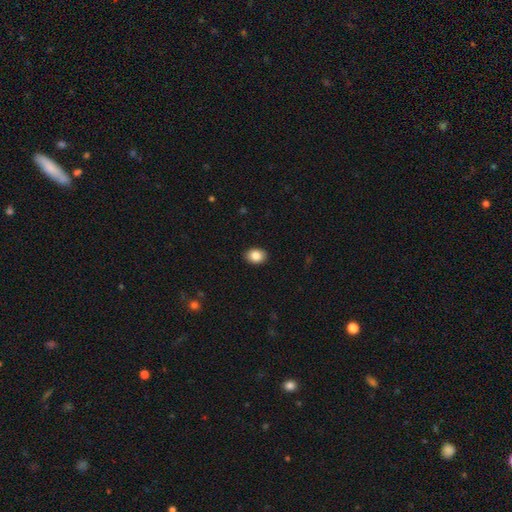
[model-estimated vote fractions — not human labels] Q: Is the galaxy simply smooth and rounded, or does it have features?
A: smooth — 86%.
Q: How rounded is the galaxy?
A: in between — 70%.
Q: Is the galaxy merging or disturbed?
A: none — 90%.